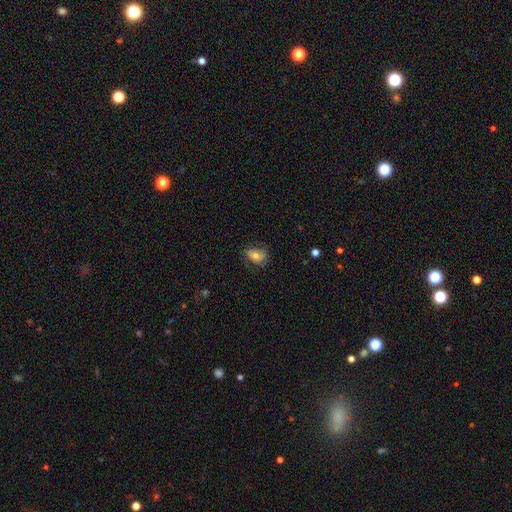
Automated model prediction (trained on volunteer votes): Q: Smooth or featured?
A: smooth (62%); runner-up: featured or disk (29%)
Q: How rounded?
A: in between (78%); runner-up: round (20%)
Q: Merging?
A: none (66%); runner-up: minor disturbance (23%)